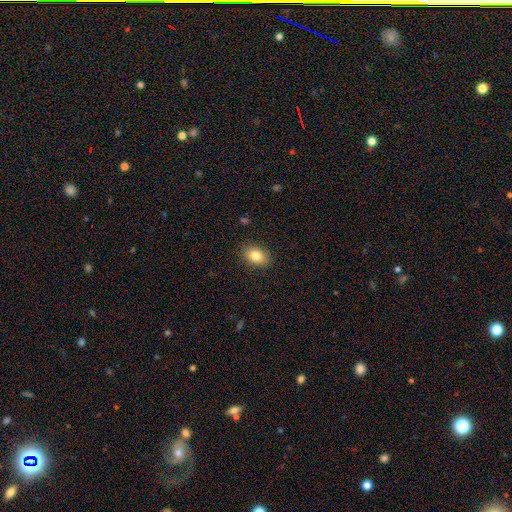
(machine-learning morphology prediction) A smooth galaxy with no disk features (82%) that is in between round and cigar-shaped (76%).

Vote fractions:
- Smooth or featured? smooth: 82% / star or artifact: 9% / featured or disk: 9%
- How rounded? in between: 76% / round: 23% / cigar-shaped: 1%
- Merging? none: 88% / minor disturbance: 9% / major disturbance: 2% / merger: 1%